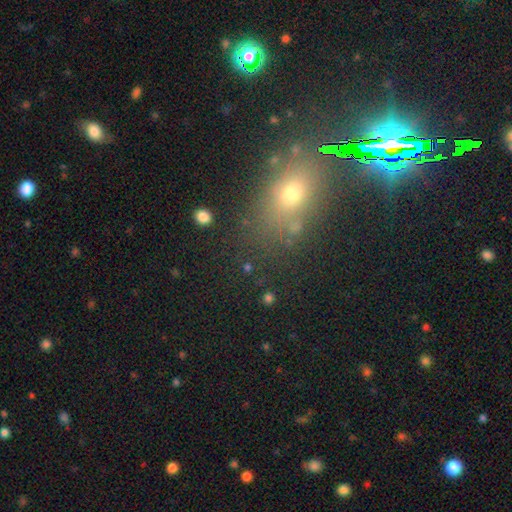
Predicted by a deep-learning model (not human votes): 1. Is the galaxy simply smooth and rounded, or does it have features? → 47% star or artifact, 39% smooth, 14% featured or disk.